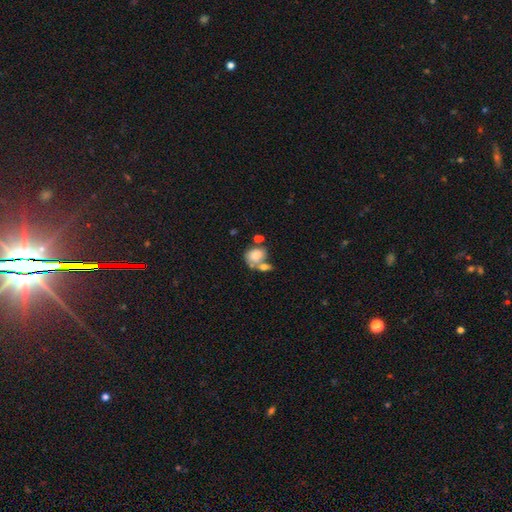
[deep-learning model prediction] Smooth or featured? smooth (73%)
How rounded? in between (51%)
Merging? merger (47%)